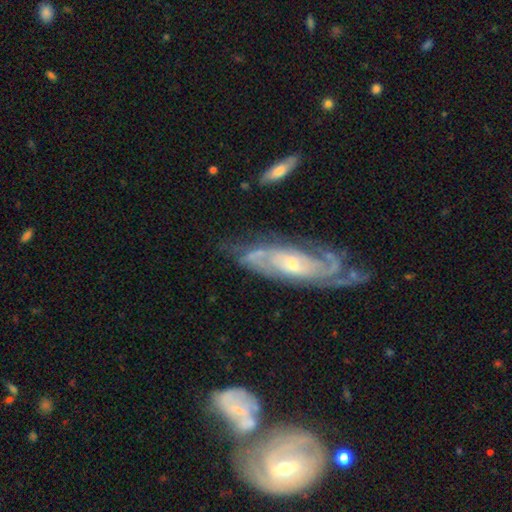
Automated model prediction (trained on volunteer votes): A featured or disk galaxy (85%) with no bar (51%), 2 (43%) tight (47%) spiral arms (95%) and a small central bulge (54%). Merging: none (59%).